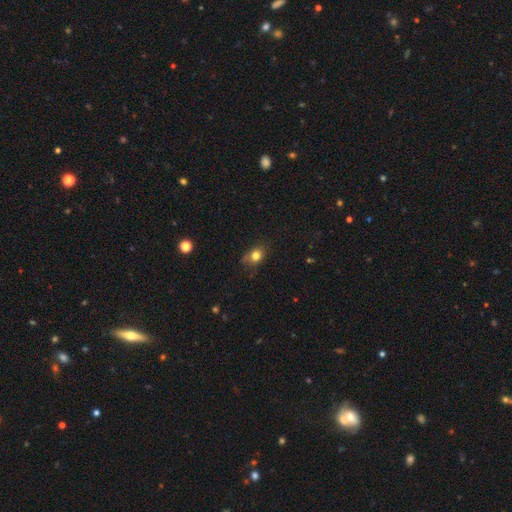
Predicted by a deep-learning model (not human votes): Overall: smooth (79%). How rounded: in between (53%; round 45%). Merging: none (68%).